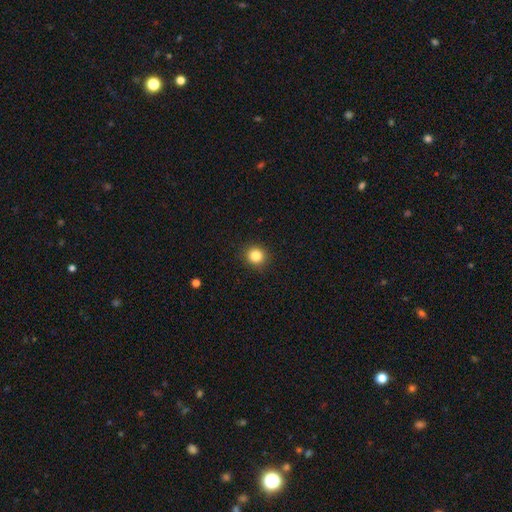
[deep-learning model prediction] A smooth galaxy with no disk features (85%) that is round (90%).

Vote fractions:
- Smooth or featured? smooth: 85% / star or artifact: 11% / featured or disk: 5%
- How rounded? round: 90% / in between: 10% / cigar-shaped: 1%
- Merging? none: 91% / minor disturbance: 6% / major disturbance: 2% / merger: 1%